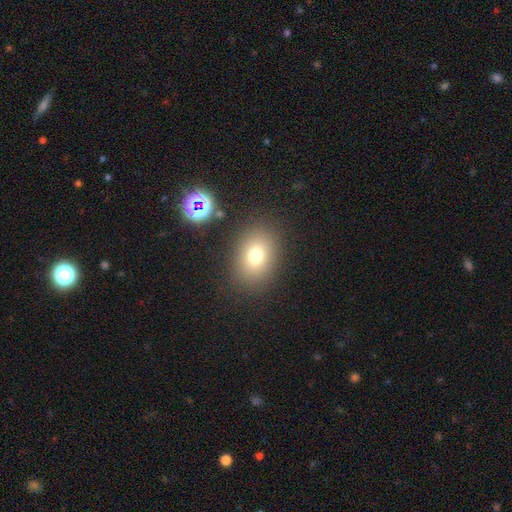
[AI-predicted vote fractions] smooth_or_featured: smooth (p=0.74) [alt: star or artifact p=0.15]
how_rounded: in between (p=0.63) [alt: round p=0.36]
merging: none (p=0.85) [alt: minor disturbance p=0.09]